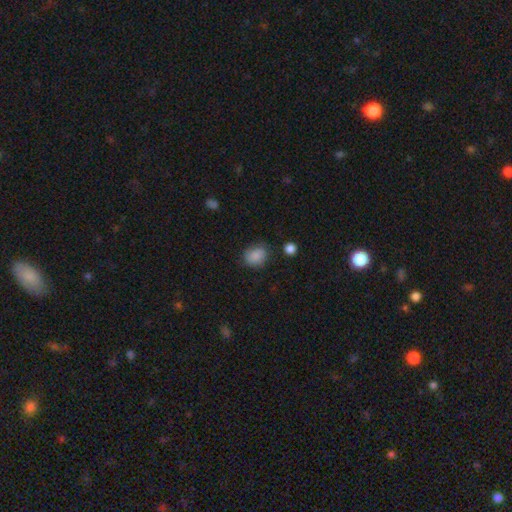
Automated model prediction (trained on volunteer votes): smooth 85%, star or artifact 9%, featured or disk 6%. Down the decision tree: how rounded — round (60%); merging — none (73%).